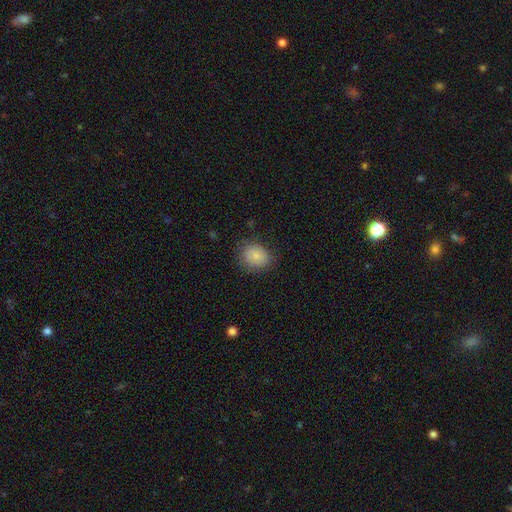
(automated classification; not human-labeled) Smooth or featured? Predicted: smooth (p=0.83). How rounded? Predicted: round (p=0.69). Merging? Predicted: none (p=0.79).